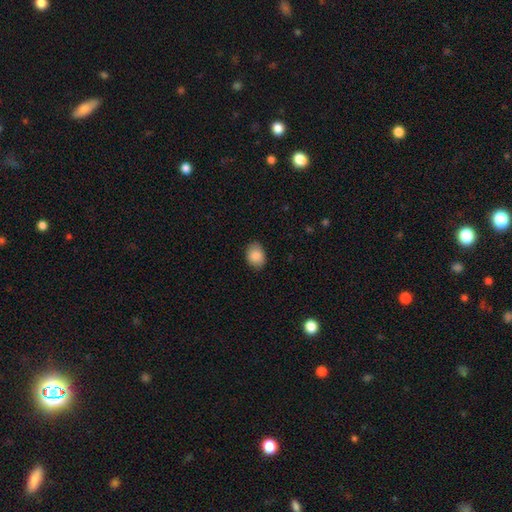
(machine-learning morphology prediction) The model was most divided on "how rounded": in between: 61%, round: 38%, cigar-shaped: 1%. More confident: smooth or featured — smooth (87%); merging — none (84%).